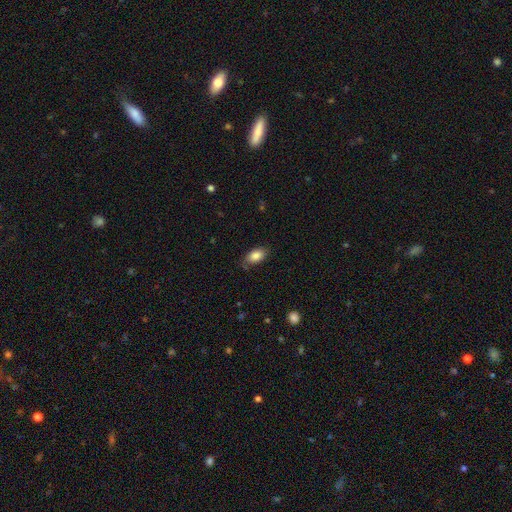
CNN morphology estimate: smooth_or_featured: smooth (p=0.85) [alt: featured or disk p=0.08]
how_rounded: in between (p=0.92) [alt: round p=0.06]
merging: none (p=0.74) [alt: minor disturbance p=0.20]